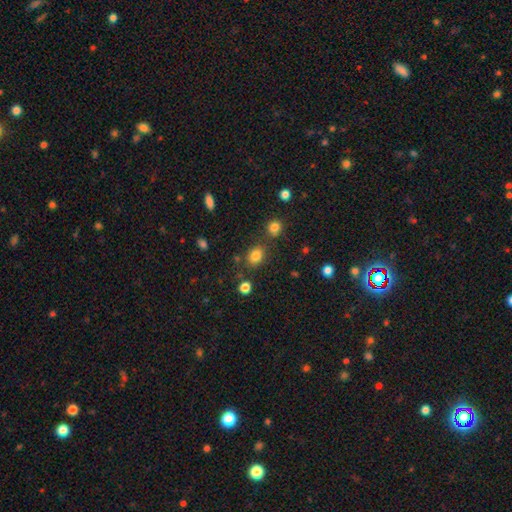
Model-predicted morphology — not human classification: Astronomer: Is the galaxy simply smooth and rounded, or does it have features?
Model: smooth — 81%.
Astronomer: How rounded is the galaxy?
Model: in between — 54% (runner-up: round, 45%).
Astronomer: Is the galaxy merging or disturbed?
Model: none — 75%.